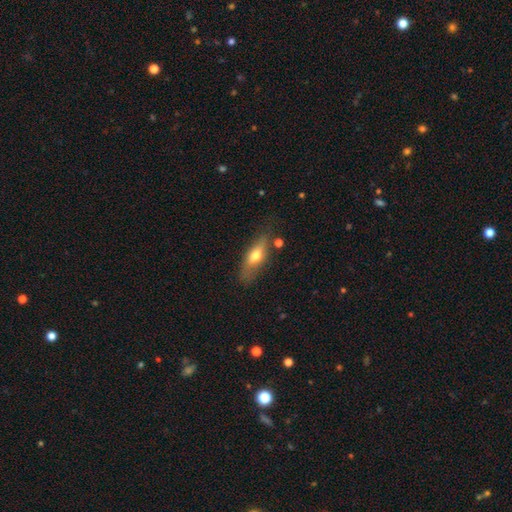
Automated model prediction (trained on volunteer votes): smooth_or_featured: smooth (p=0.60) [alt: featured or disk p=0.33]
how_rounded: in between (p=0.61) [alt: cigar-shaped p=0.35]
merging: none (p=0.67) [alt: minor disturbance p=0.21]